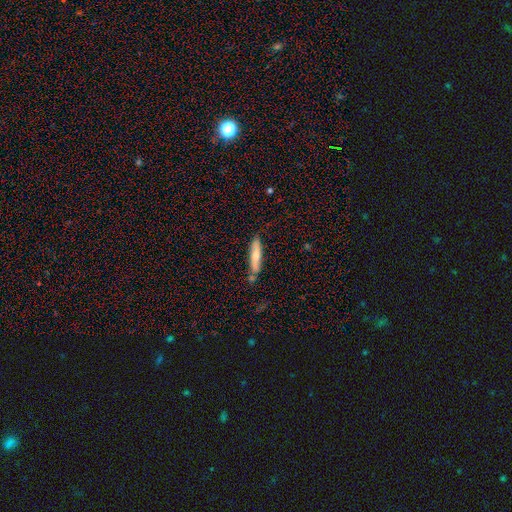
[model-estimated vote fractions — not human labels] A smooth galaxy with no disk features (58%) that is cigar-shaped (82%). Merging: none (75%).